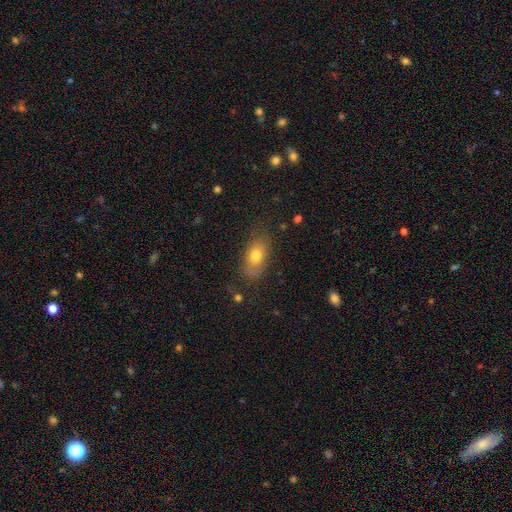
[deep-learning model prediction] Smooth or featured: smooth — 74% (featured or disk — 16%)
How rounded: in between — 81% (round — 11%)
Merging: none — 71% (minor disturbance — 20%)